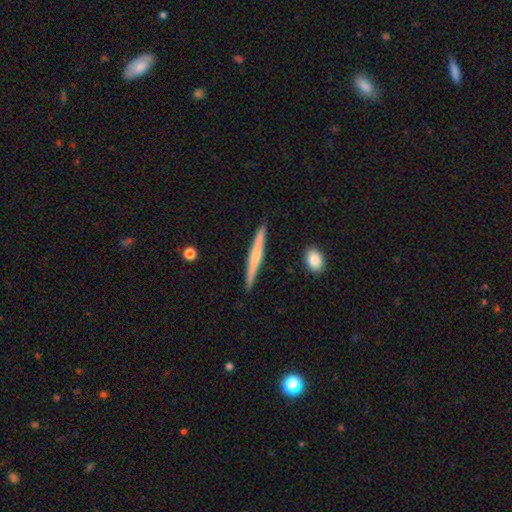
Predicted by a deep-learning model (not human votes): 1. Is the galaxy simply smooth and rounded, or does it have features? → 55% featured or disk, 36% smooth, 8% star or artifact.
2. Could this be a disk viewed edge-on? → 97% yes, 3% no.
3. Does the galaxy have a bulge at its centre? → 51% rounded, 40% none, 9% boxy.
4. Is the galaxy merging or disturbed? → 89% none, 7% minor disturbance, 2% merger, 2% major disturbance.